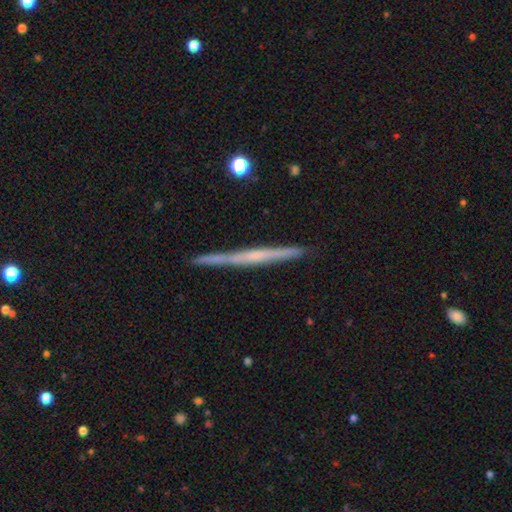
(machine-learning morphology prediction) Smooth or featured: featured or disk — 63% (smooth — 31%)
Edge-on disk: yes — 98% (no — 2%)
Edge-on bulge: none — 73% (rounded — 18%)
Merging: none — 89% (minor disturbance — 8%)